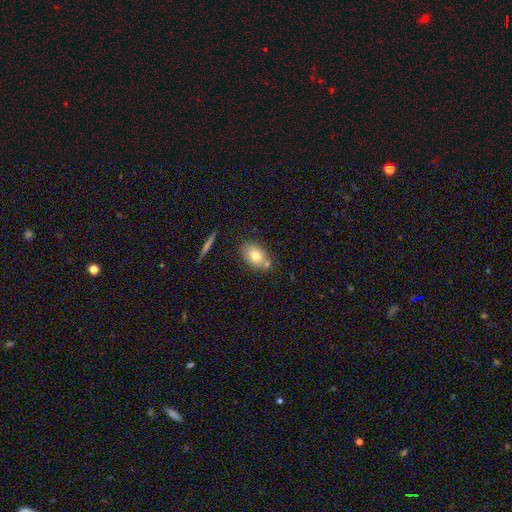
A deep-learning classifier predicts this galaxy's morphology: smooth 72%, featured or disk 19%, star or artifact 9%. Down the decision tree: how rounded — in between (84%); merging — none (71%).